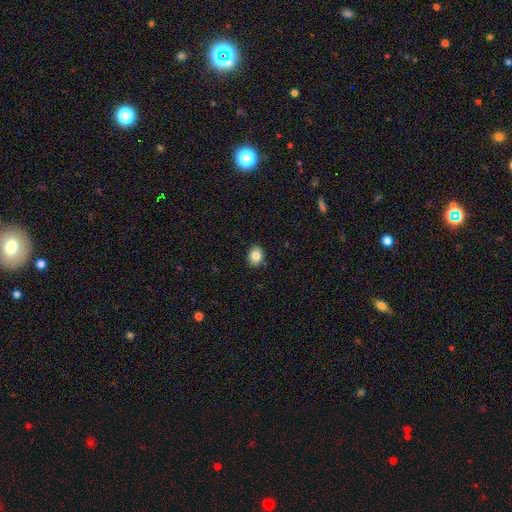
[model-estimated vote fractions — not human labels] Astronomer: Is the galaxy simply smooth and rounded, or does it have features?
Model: smooth — 83%.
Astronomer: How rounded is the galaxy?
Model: round — 52% (runner-up: in between, 47%).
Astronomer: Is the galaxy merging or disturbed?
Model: none — 89%.